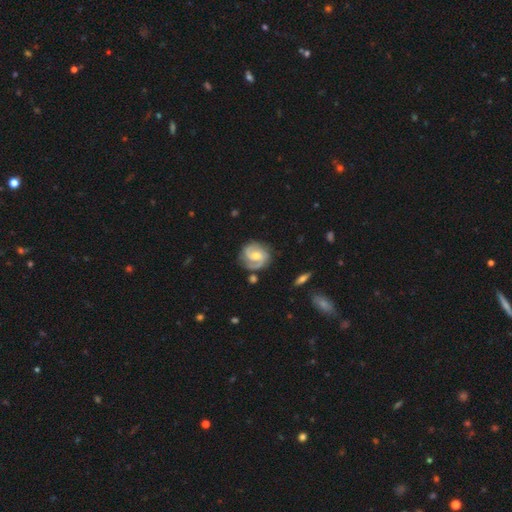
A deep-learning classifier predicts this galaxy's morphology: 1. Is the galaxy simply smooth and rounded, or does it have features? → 80% featured or disk, 14% smooth, 6% star or artifact.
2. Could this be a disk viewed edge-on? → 98% no, 2% yes.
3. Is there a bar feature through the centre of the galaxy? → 46% no, 43% weak, 11% strong.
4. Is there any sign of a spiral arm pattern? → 95% yes, 5% no.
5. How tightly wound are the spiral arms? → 45% medium, 40% tight, 16% loose.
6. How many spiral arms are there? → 80% 2, 7% can't tell, 6% 1, 4% 3, 1% 4, 1% more than 4.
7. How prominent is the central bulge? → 56% moderate, 38% small, 3% large, 2% none, 1% dominant.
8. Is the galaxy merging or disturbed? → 75% none, 16% minor disturbance, 6% major disturbance, 3% merger.